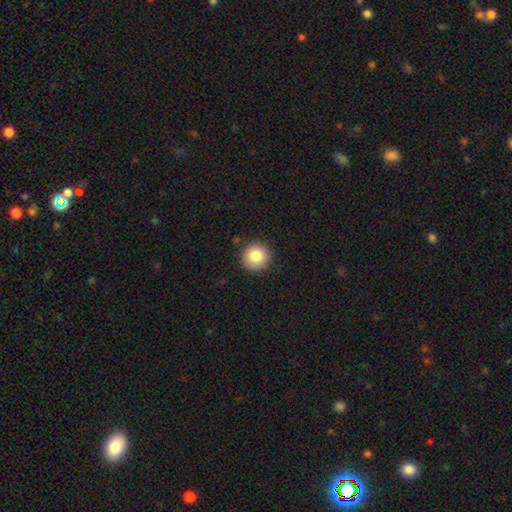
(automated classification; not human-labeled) A smooth galaxy with no disk features (83%) that is round (95%).

Vote fractions:
- Smooth or featured? smooth: 83% / star or artifact: 9% / featured or disk: 7%
- How rounded? round: 95% / in between: 4% / cigar-shaped: 1%
- Merging? none: 90% / minor disturbance: 6% / major disturbance: 2% / merger: 1%